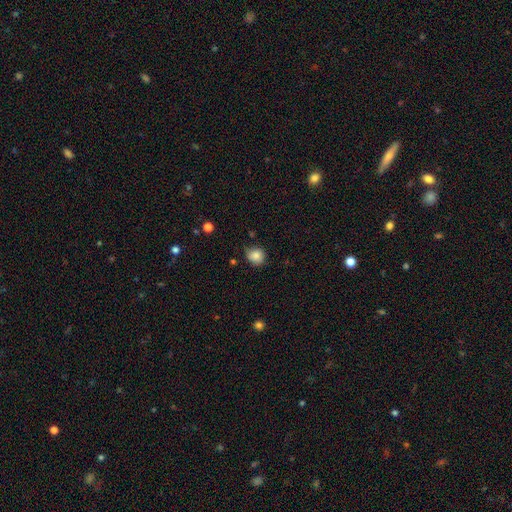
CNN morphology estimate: Q: Smooth or featured?
A: smooth (82%); runner-up: star or artifact (10%)
Q: How rounded?
A: round (86%); runner-up: in between (13%)
Q: Merging?
A: none (70%); runner-up: minor disturbance (24%)